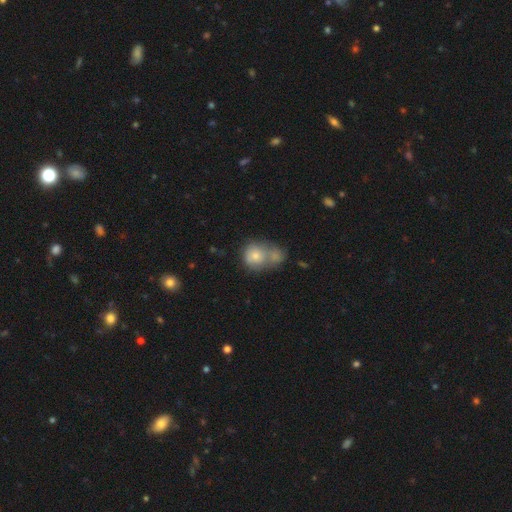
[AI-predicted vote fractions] This is likely a smooth galaxy (74%). How rounded: likely round (72%). Merging: likely merger (61%).